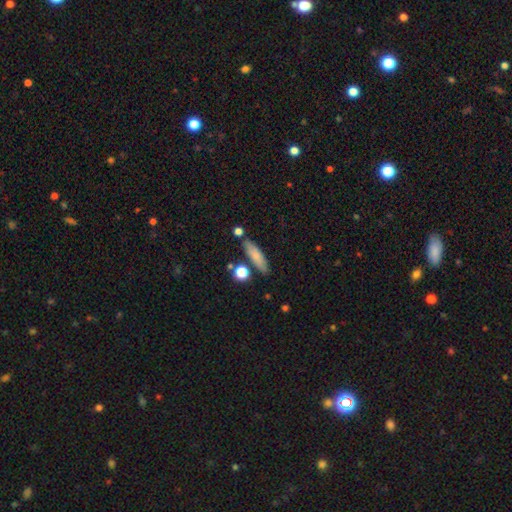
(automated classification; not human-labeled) This is likely a smooth galaxy (75%). How rounded: likely cigar-shaped (62%). Merging: likely none (78%).